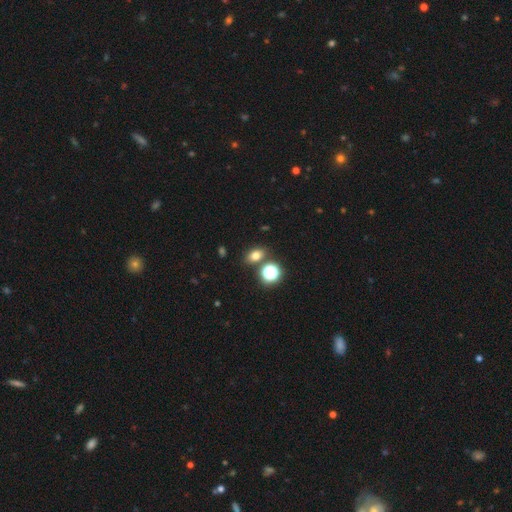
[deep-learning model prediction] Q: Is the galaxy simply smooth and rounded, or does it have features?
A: smooth — 73%.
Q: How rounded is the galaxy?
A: in between — 66%.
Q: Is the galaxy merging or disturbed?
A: none — 76%.